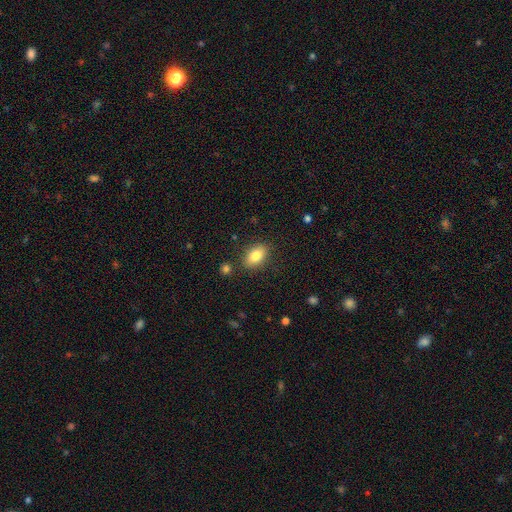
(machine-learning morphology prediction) Q: Smooth or featured?
A: smooth (82%); runner-up: featured or disk (10%)
Q: How rounded?
A: in between (88%); runner-up: round (9%)
Q: Merging?
A: none (85%); runner-up: minor disturbance (10%)